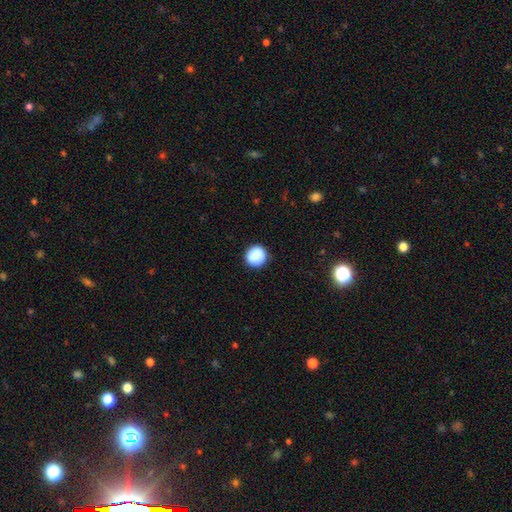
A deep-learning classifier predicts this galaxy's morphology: type=smooth (89%); roundness=round (93%); merging=none (90%).